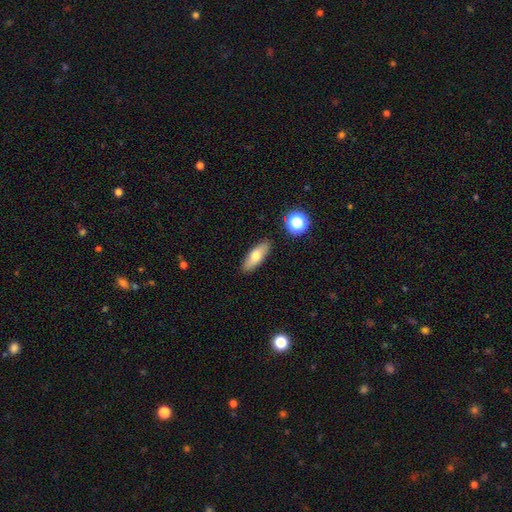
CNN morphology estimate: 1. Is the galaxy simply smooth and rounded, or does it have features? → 72% smooth, 21% featured or disk, 8% star or artifact.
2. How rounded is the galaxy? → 65% in between, 31% cigar-shaped, 4% round.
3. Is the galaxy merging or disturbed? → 87% none, 9% minor disturbance, 2% merger, 2% major disturbance.